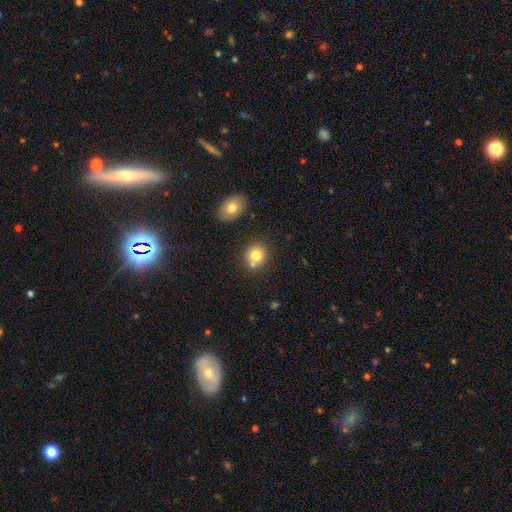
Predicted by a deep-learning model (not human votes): The model was most divided on "merging": none: 63%, merger: 21%, minor disturbance: 12%, major disturbance: 4%. More confident: smooth or featured — smooth (79%); how rounded — round (73%).